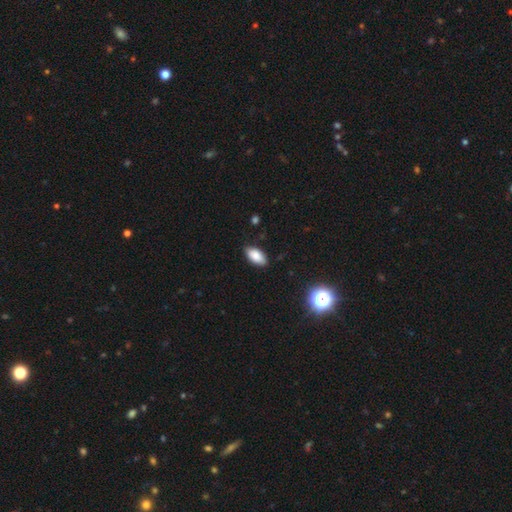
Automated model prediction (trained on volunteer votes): smooth-or-featured: smooth: 85% | star or artifact: 8% | featured or disk: 7%
  how-rounded: in between: 93% | cigar-shaped: 4% | round: 3%
  merging: none: 84% | minor disturbance: 13% | major disturbance: 2% | merger: 1%